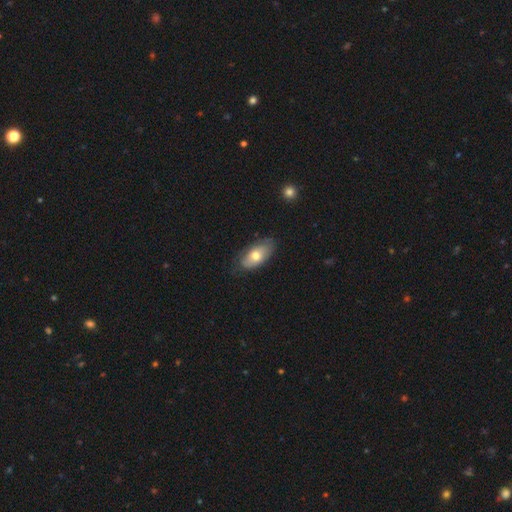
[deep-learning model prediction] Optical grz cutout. It shows a smooth galaxy with no disk features (67%) that is in between round and cigar-shaped (90%). Merging: none (72%).